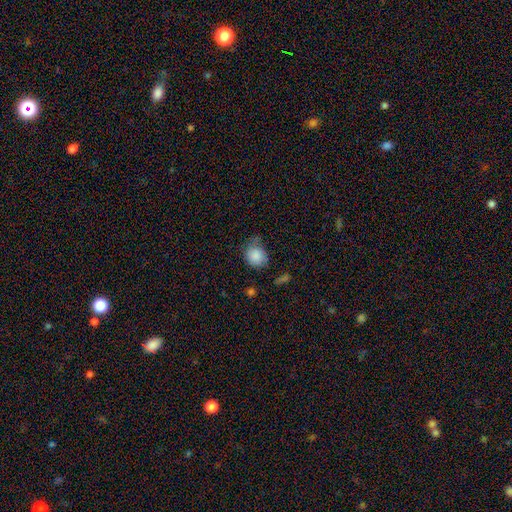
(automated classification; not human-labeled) Smooth or featured?
  - smooth: 85% *
  - star or artifact: 9%
  - featured or disk: 6%
How rounded?
  - round: 72% *
  - in between: 27%
  - cigar-shaped: 1%
Merging?
  - none: 53% *
  - minor disturbance: 33%
  - major disturbance: 10%
  - merger: 4%